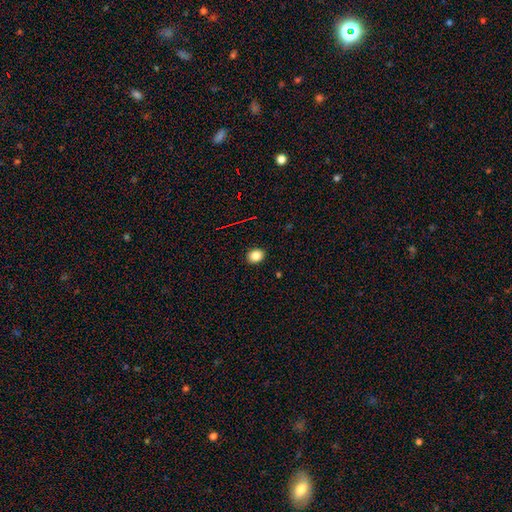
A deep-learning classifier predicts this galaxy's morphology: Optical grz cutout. It shows a smooth galaxy with no disk features (84%) that is round (53%). Merging: none (90%).